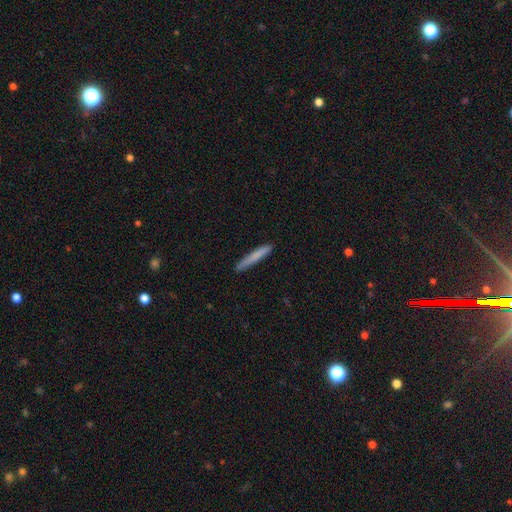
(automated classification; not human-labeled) Morphology: type=smooth (75%); roundness=cigar-shaped (96%); merging=none (89%).